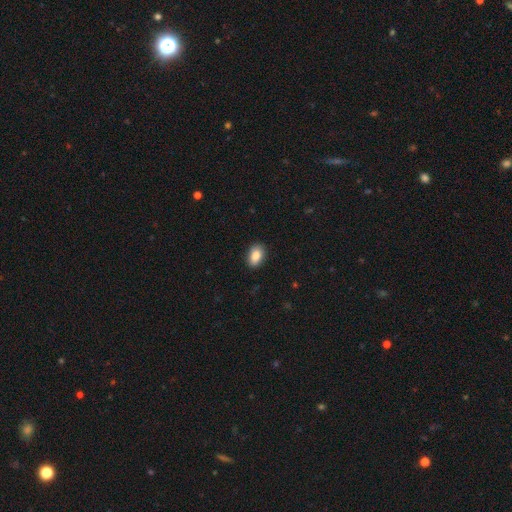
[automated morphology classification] Smooth or featured? Predicted: smooth (p=0.87). How rounded? Predicted: in between (p=0.87). Merging? Predicted: none (p=0.87).